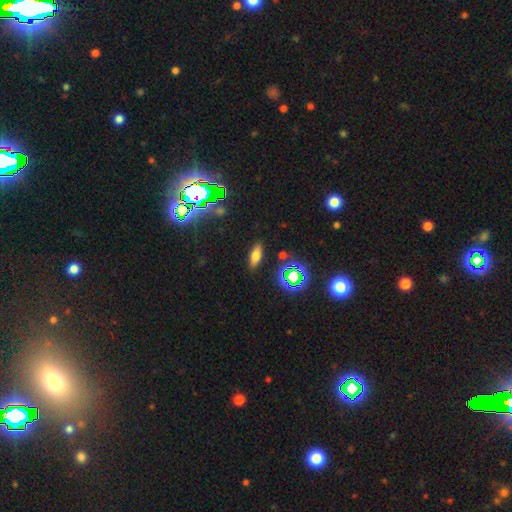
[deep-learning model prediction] This appears to be a smooth galaxy with no disk features (64%) that is in between round and cigar-shaped (70%). Merging: none (87%).